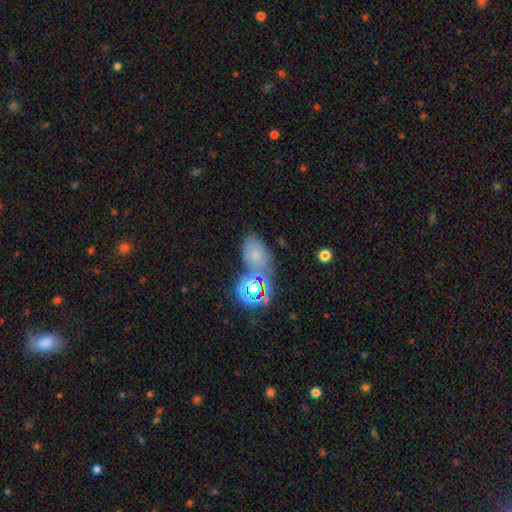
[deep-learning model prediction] Smooth or featured: smooth — 54% (star or artifact — 30%)
How rounded: in between — 81% (round — 18%)
Merging: none — 51% (minor disturbance — 21%)